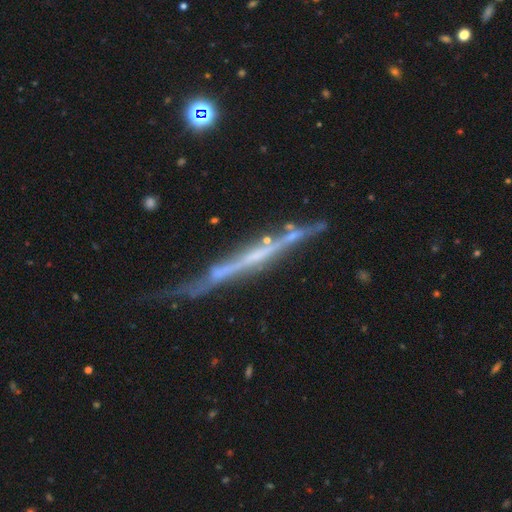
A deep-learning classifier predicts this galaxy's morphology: Smooth or featured? Predicted: featured or disk (p=0.75). Edge-on disk? Predicted: yes (p=0.93). Edge-on bulge? Predicted: none (p=0.77). Merging? Predicted: none (p=0.60).